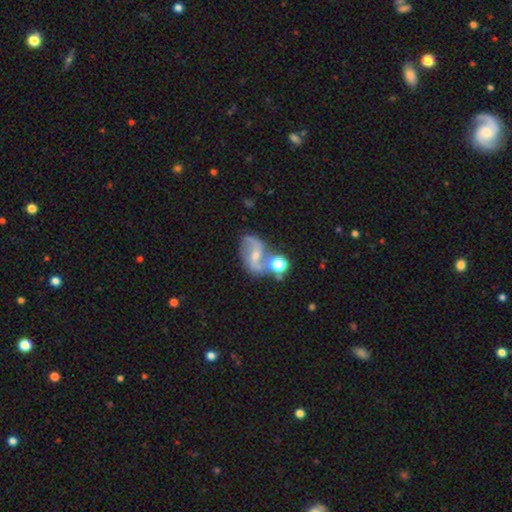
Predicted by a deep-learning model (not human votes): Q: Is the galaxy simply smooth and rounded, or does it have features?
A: featured or disk — 81%.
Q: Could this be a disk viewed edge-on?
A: no — 97%.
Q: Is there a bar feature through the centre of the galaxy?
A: weak — 44%.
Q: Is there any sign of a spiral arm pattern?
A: yes — 93%.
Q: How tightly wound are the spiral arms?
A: loose — 61%.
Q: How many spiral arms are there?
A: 2 — 92%.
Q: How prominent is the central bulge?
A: small — 51%.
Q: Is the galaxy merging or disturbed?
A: none — 60%.